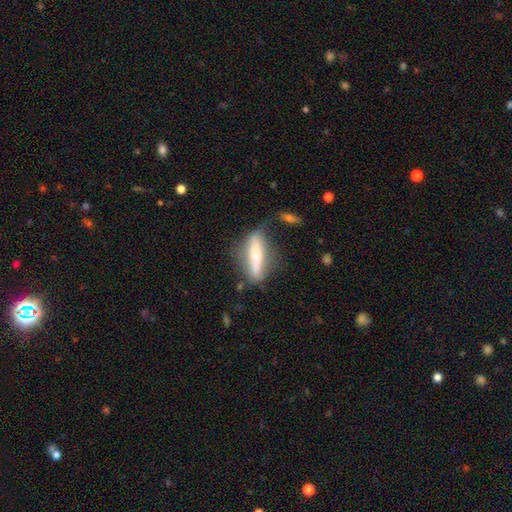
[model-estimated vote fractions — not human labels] A smooth galaxy with no disk features (51%) that is cigar-shaped (71%). Merging: none (61%).